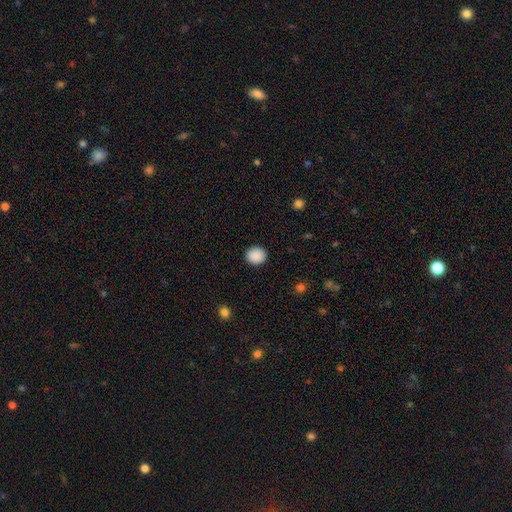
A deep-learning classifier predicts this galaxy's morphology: Smooth or featured? smooth (90%)
How rounded? round (85%)
Merging? none (92%)